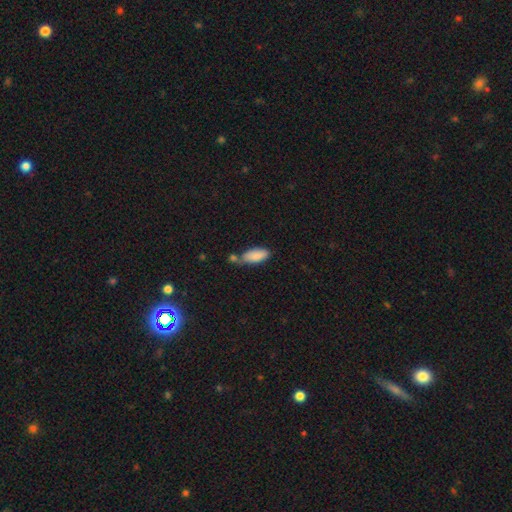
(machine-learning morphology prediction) Smooth or featured? Predicted: smooth (p=0.86). How rounded? Predicted: in between (p=0.84). Merging? Predicted: none (p=0.41).